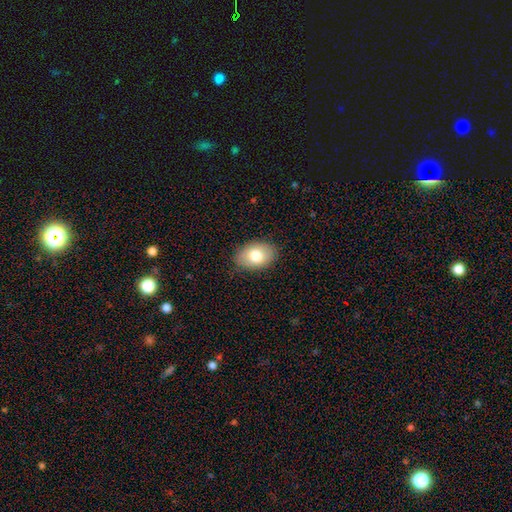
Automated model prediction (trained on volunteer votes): Morphology: type=smooth (78%); roundness=in between (87%); merging=none (84%).